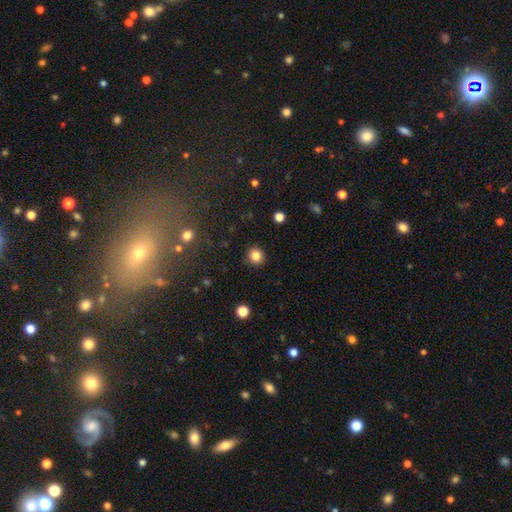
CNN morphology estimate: Smooth or featured?
  - smooth: 84% *
  - star or artifact: 12%
  - featured or disk: 5%
How rounded?
  - round: 91% *
  - in between: 8%
  - cigar-shaped: 1%
Merging?
  - none: 92% *
  - minor disturbance: 5%
  - major disturbance: 2%
  - merger: 1%